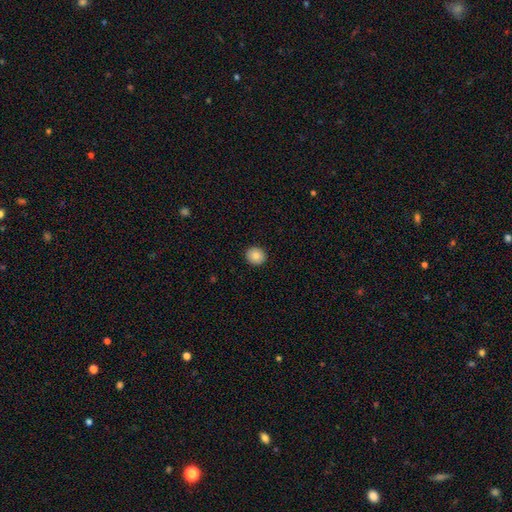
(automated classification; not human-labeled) smooth_or_featured: smooth (p=0.84) [alt: star or artifact p=0.09]
how_rounded: round (p=0.84) [alt: in between p=0.15]
merging: none (p=0.92) [alt: minor disturbance p=0.05]